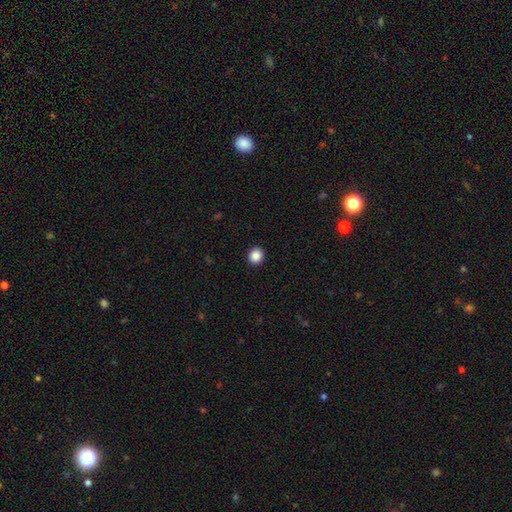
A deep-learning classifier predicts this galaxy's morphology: Smooth or featured? smooth (88%)
How rounded? round (85%)
Merging? none (93%)